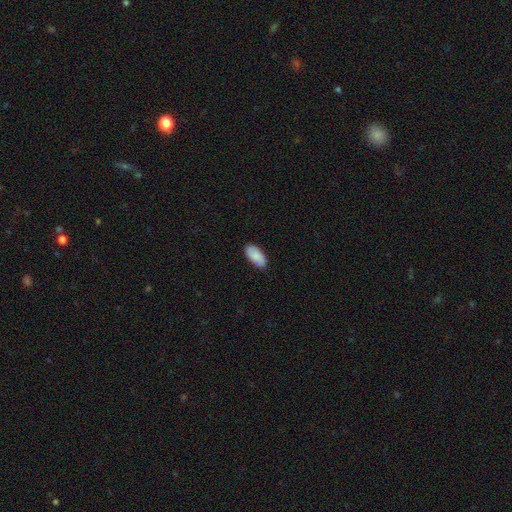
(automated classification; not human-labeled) The model was most divided on "merging": none: 85%, minor disturbance: 12%, major disturbance: 2%, merger: 1%. More confident: how rounded — in between (93%); smooth or featured — smooth (86%).